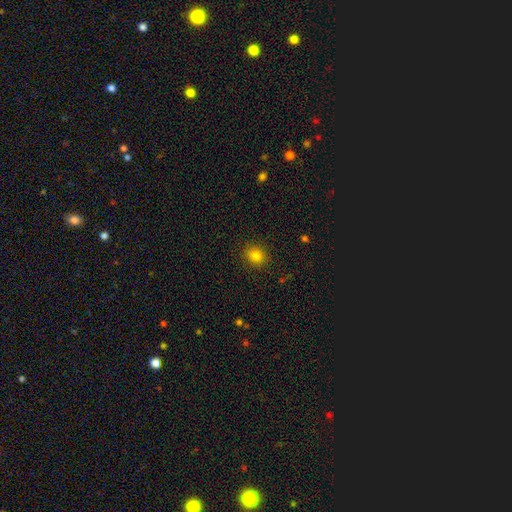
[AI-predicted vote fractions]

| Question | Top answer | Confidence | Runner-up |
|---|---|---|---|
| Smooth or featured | smooth | 82% | star or artifact (13%) |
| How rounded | round | 73% | in between (26%) |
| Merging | none | 89% | minor disturbance (7%) |